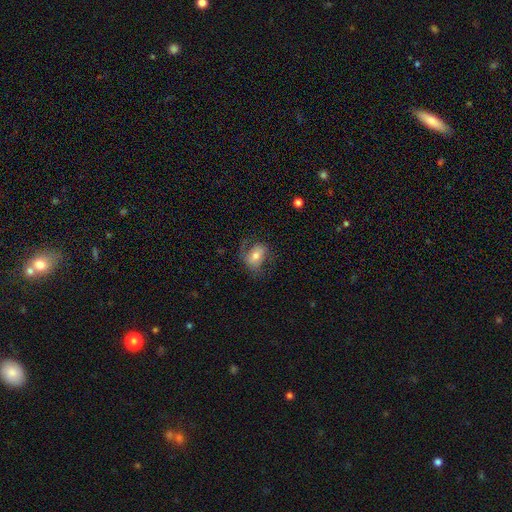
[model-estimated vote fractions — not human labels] smooth_or_featured: smooth (p=0.52) [alt: featured or disk p=0.40]
how_rounded: in between (p=0.67) [alt: round p=0.32]
merging: none (p=0.55) [alt: minor disturbance p=0.23]